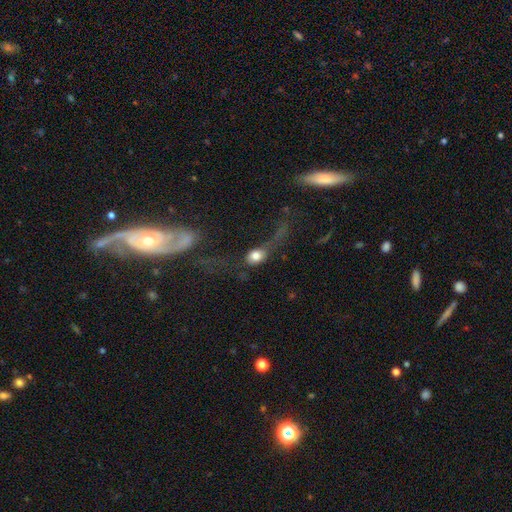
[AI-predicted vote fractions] Smooth or featured? Predicted: smooth (p=0.66). How rounded? Predicted: in between (p=0.52). Merging? Predicted: major disturbance (p=0.47).